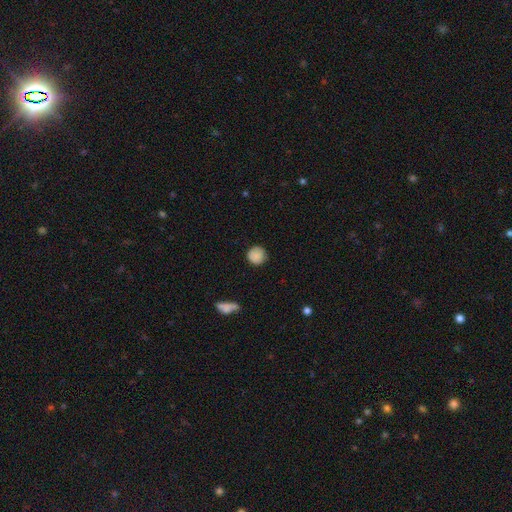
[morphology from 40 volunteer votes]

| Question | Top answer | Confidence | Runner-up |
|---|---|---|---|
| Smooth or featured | smooth | 85% | star or artifact (10%) |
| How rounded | round | 97% | in between (3%) |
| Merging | none | 86% | minor disturbance (14%) |